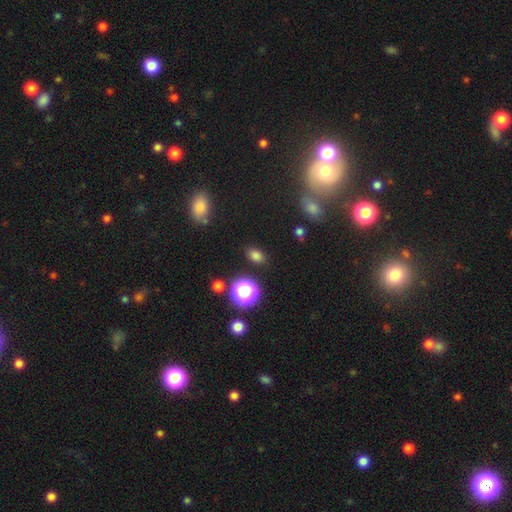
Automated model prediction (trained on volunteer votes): This is likely a smooth galaxy (76%). How rounded: likely in between (74%). Merging: clearly none (85%).